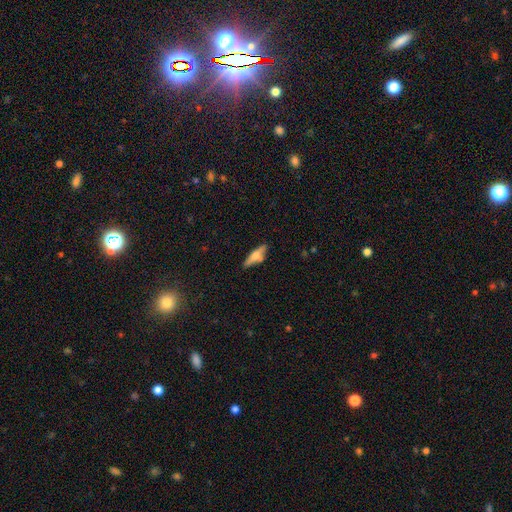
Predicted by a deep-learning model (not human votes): Q: Smooth or featured?
A: featured or disk (51%); runner-up: smooth (42%)
Q: Edge-on disk?
A: yes (91%); runner-up: no (9%)
Q: Merging?
A: none (72%); runner-up: minor disturbance (18%)